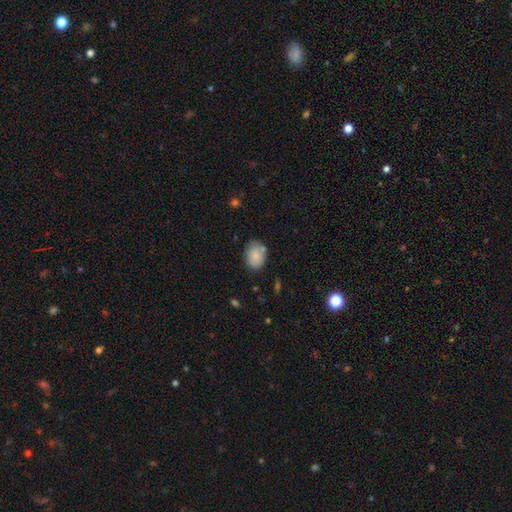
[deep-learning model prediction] The model was most divided on "how rounded": in between: 74%, round: 25%, cigar-shaped: 1%. More confident: smooth or featured — smooth (83%); merging — none (74%).